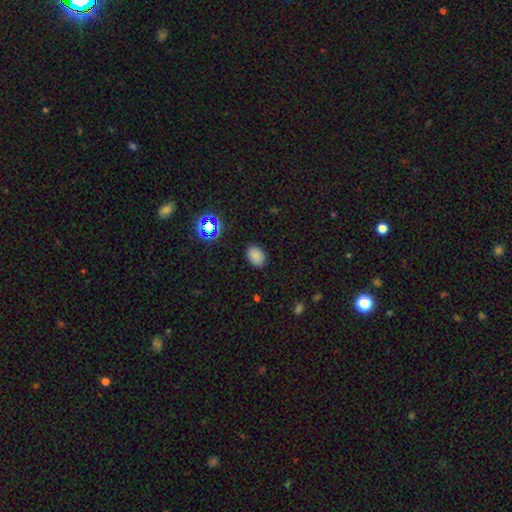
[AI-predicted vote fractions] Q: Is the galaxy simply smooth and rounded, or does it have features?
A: smooth — 79%.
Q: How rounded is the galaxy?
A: in between — 74%.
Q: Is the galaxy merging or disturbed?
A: none — 85%.